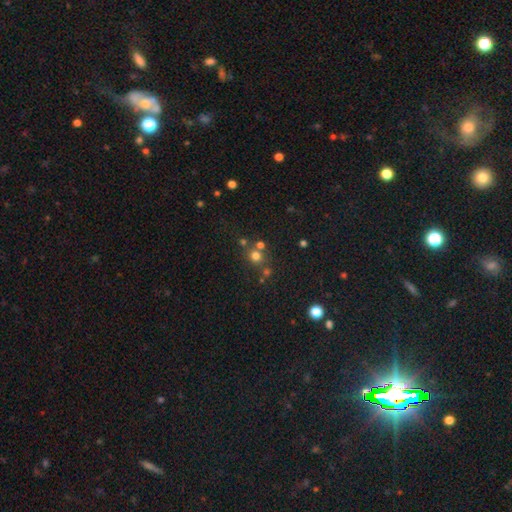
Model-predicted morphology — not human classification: smooth-or-featured: smooth: 68% | star or artifact: 22% | featured or disk: 10%
  how-rounded: round: 88% | in between: 11% | cigar-shaped: 1%
  merging: none: 65% | merger: 23% | minor disturbance: 8% | major disturbance: 4%